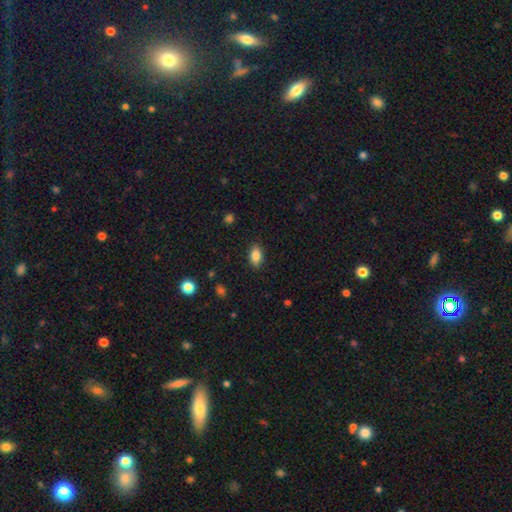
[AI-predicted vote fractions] Overall: smooth (85%). How rounded: in between (89%). Merging: none (87%).